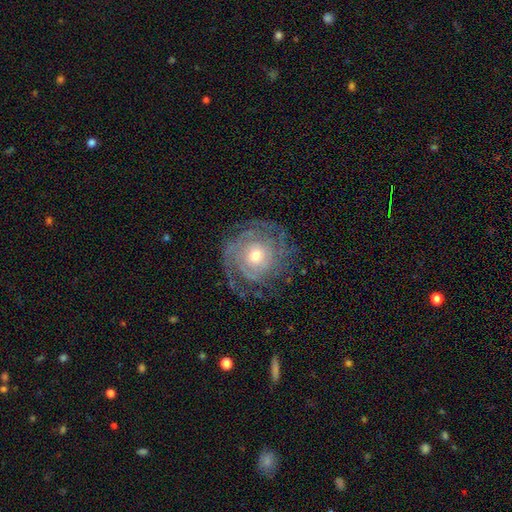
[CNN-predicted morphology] A featured or disk galaxy (80%) with no bar (79%), tight (71%) spiral arms (90%) and a moderate central bulge (54%). Merging: none (72%).